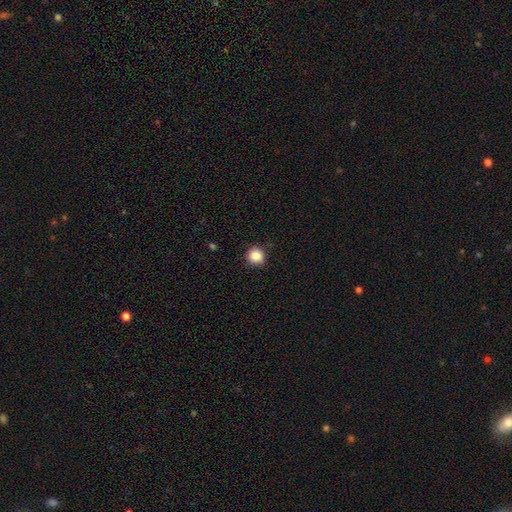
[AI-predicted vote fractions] Overall: smooth (86%). How rounded: round (93%). Merging: none (89%).